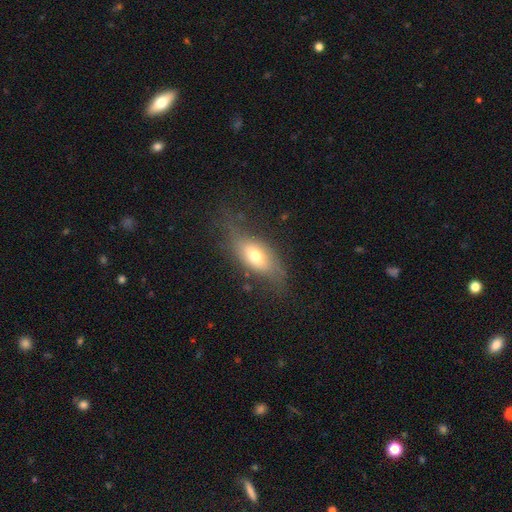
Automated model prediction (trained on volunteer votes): smooth-or-featured: smooth: 58% | featured or disk: 34% | star or artifact: 9%
  how-rounded: in between: 79% | cigar-shaped: 14% | round: 7%
  merging: none: 58% | minor disturbance: 24% | major disturbance: 16% | merger: 2%